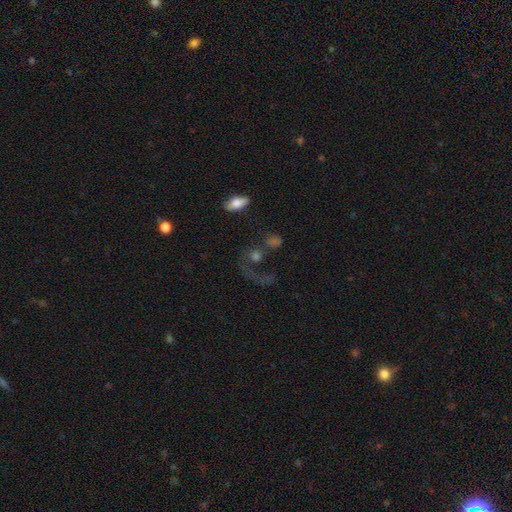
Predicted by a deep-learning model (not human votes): Smooth or featured? featured or disk (41%)
Merging? major disturbance (37%)